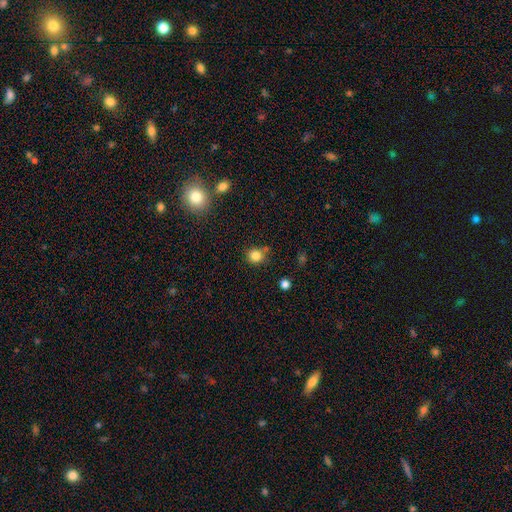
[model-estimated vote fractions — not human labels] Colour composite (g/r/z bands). It shows a smooth galaxy with no disk features (83%) that is round (85%). Merging: none (74%).